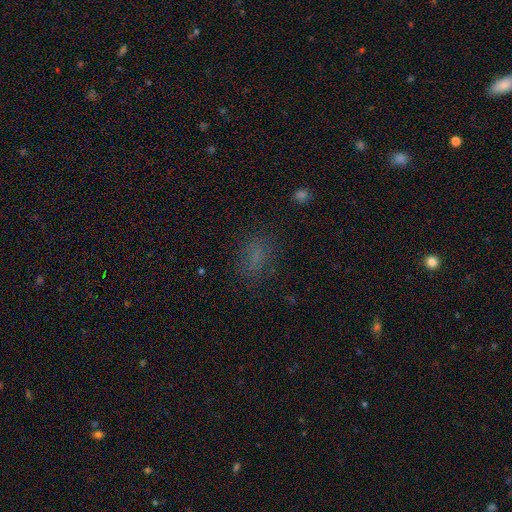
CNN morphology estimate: This appears to be a smooth galaxy with no disk features (69%) that is in between round and cigar-shaped (76%). Merging: none (74%).